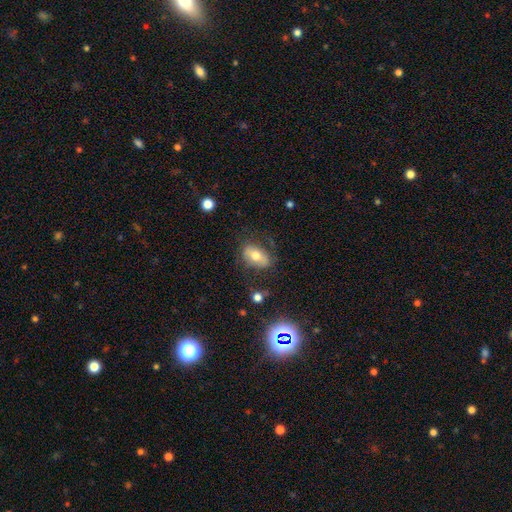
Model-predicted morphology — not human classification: The model was most divided on "smooth or featured": smooth: 61%, featured or disk: 31%, star or artifact: 9%. More confident: how rounded — in between (87%); merging — none (70%).